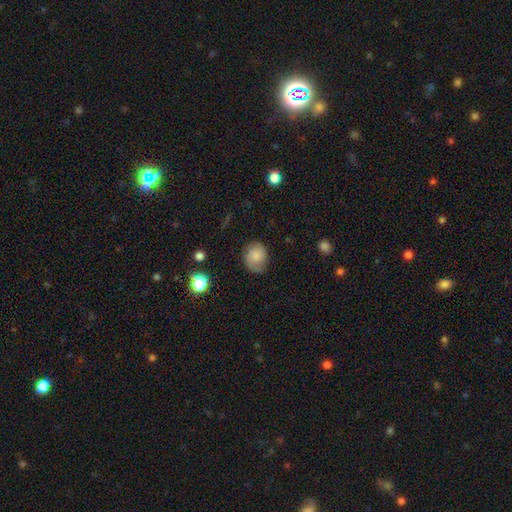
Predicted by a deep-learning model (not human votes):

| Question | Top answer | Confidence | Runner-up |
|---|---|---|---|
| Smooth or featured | smooth | 69% | featured or disk (20%) |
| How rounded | round | 62% | in between (37%) |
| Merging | none | 67% | minor disturbance (24%) |